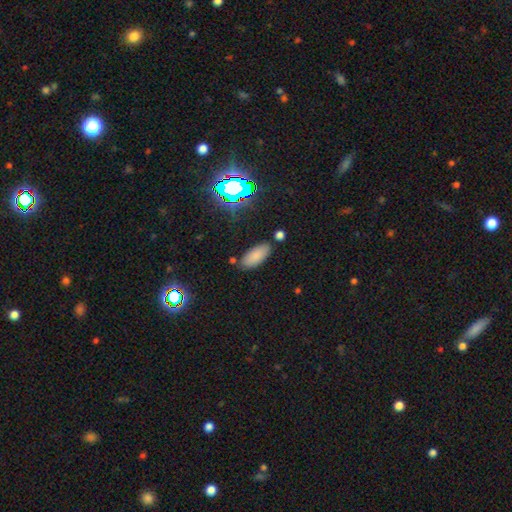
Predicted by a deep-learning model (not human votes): Overall: smooth (81%). How rounded: in between (86%). Merging: none (79%).